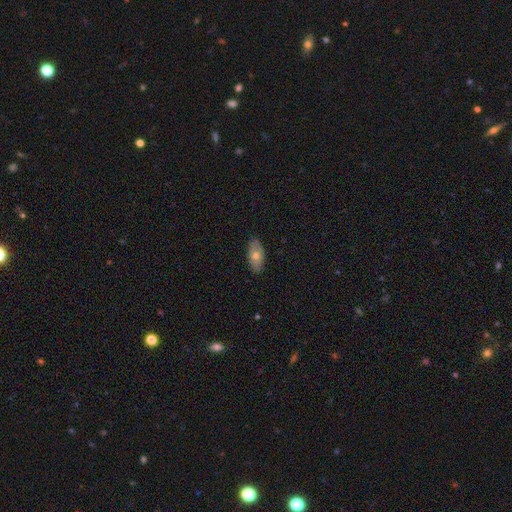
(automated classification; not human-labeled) Smooth or featured? smooth (61%)
How rounded? in between (89%)
Merging? none (87%)